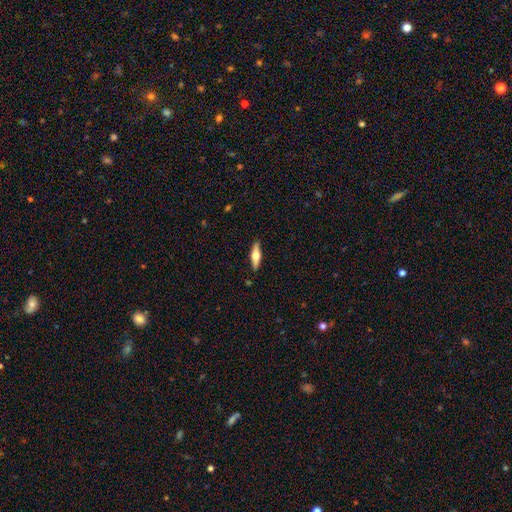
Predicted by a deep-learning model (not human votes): This appears to be a featured or disk galaxy (57%) viewed edge-on (95%) with a rounded central bulge (95%). Merging: none (90%).